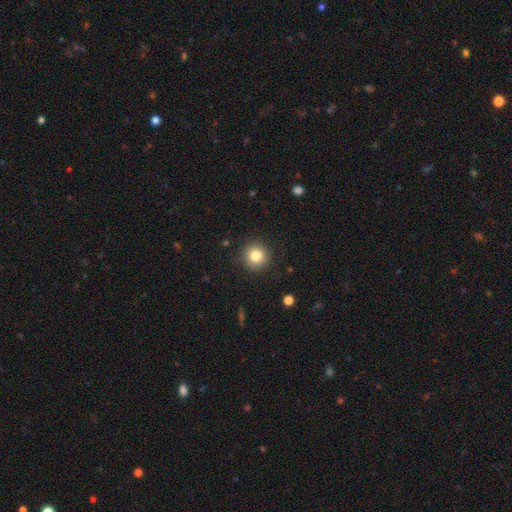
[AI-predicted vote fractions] A smooth galaxy with no disk features (82%) that is round (94%). Merging: none (90%).